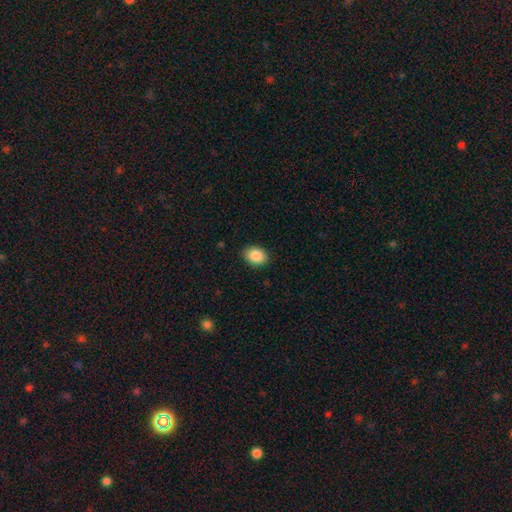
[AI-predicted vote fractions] smooth-or-featured: smooth: 88% | star or artifact: 8% | featured or disk: 4%
  how-rounded: in between: 69% | round: 31% | cigar-shaped: 1%
  merging: none: 88% | minor disturbance: 9% | major disturbance: 2% | merger: 1%